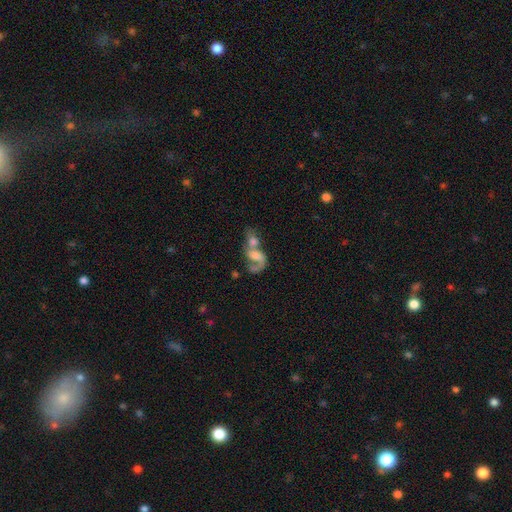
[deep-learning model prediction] A featured or disk galaxy (53%) with no bar (67%), spiral arms (64%) and no central bulge (33%). Merging: merger (65%).